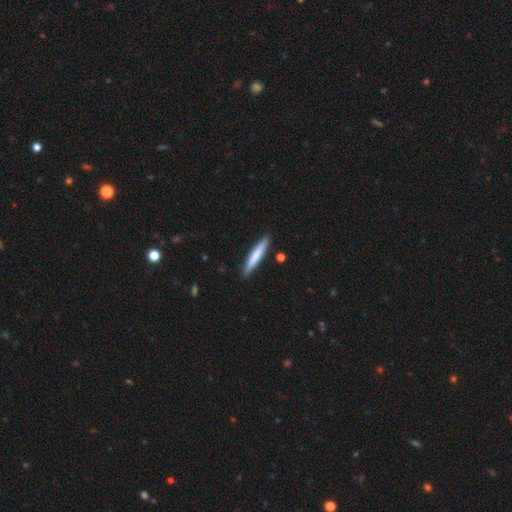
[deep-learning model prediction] smooth_or_featured: smooth (p=0.73) [alt: featured or disk p=0.22]
how_rounded: cigar-shaped (p=0.93) [alt: in between p=0.06]
merging: none (p=0.89) [alt: minor disturbance p=0.07]